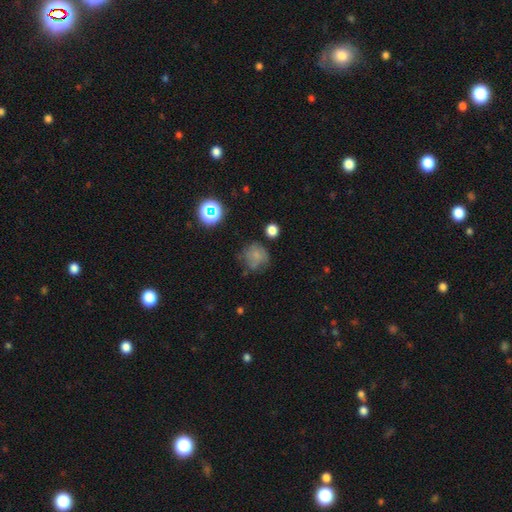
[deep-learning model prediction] Smooth or featured?
  - smooth: 67% *
  - featured or disk: 17%
  - star or artifact: 16%
How rounded?
  - round: 82% *
  - in between: 17%
  - cigar-shaped: 1%
Merging?
  - none: 56% *
  - minor disturbance: 26%
  - major disturbance: 14%
  - merger: 4%